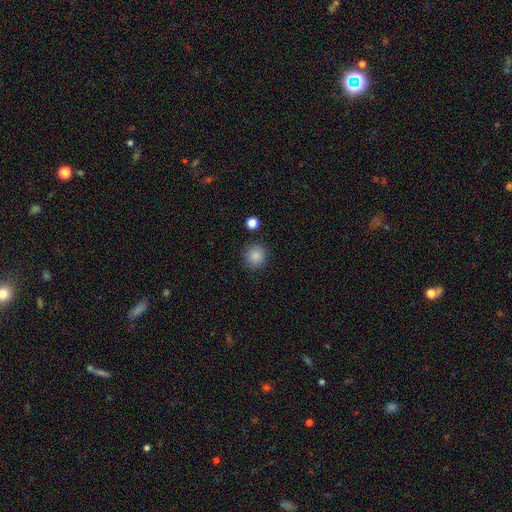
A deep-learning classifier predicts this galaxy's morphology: This appears to be a smooth galaxy with no disk features (87%) that is round (92%). Merging: none (88%).